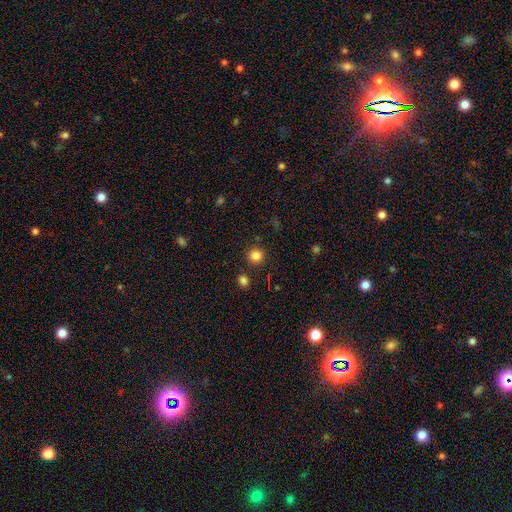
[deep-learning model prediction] A smooth galaxy with no disk features (84%) that is round (93%). Merging: none (88%).